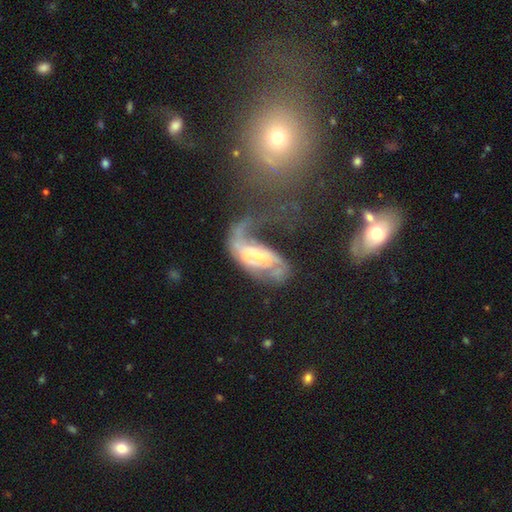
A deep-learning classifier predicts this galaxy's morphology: A featured or disk galaxy (73%) with no bar (60%), 2 (45%) loose (50%) spiral arms (75%) and a small central bulge (53%). Merging: major disturbance (48%).